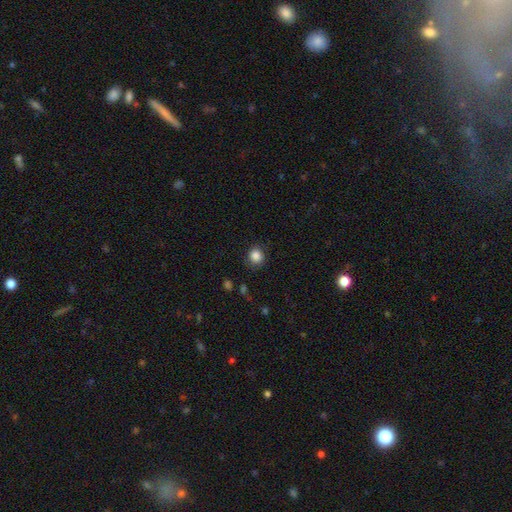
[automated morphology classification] Smooth or featured? smooth (86%)
How rounded? round (81%)
Merging? none (84%)